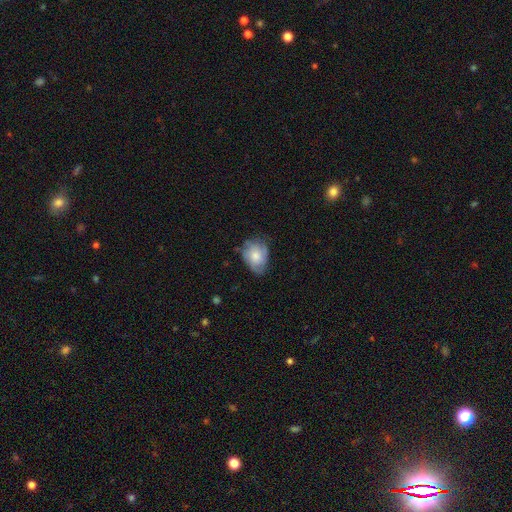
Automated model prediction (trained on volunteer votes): Overall: smooth (65%; featured or disk 28%). How rounded: in between (67%; round 31%). Merging: none (58%; minor disturbance 31%).